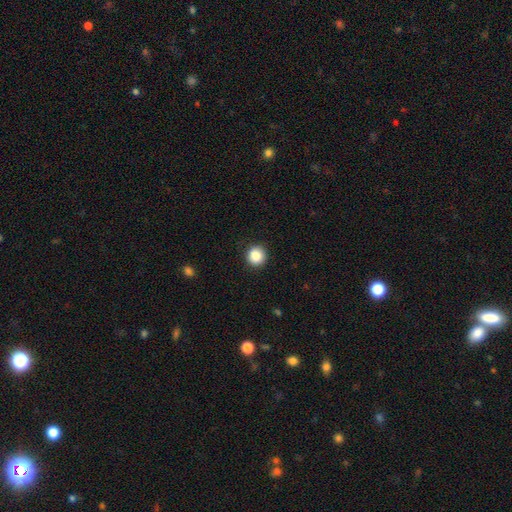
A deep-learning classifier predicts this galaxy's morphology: The model was most divided on "smooth or featured": smooth: 88%, star or artifact: 9%, featured or disk: 3%. More confident: how rounded — round (93%); merging — none (91%).